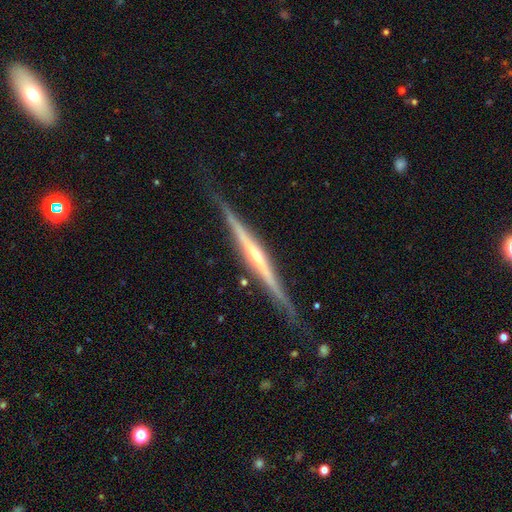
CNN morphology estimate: type=featured or disk (83%); edge-on=yes (98%); edge-on bulge=rounded (66%); merging=none (83%).